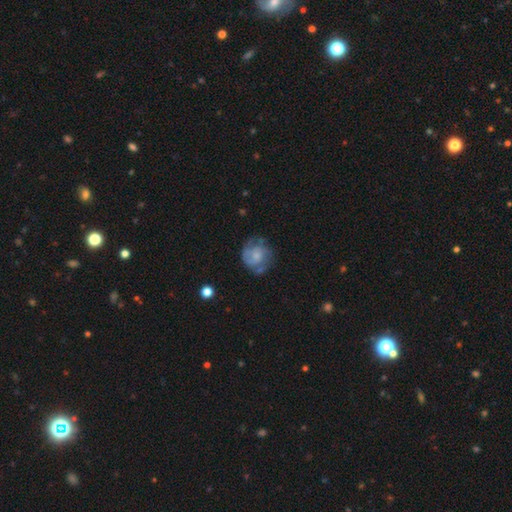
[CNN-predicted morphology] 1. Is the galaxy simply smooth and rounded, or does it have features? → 57% featured or disk, 36% smooth, 7% star or artifact.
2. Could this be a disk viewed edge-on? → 98% no, 2% yes.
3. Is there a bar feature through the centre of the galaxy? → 72% no, 24% weak, 4% strong.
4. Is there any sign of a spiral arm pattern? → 78% yes, 22% no.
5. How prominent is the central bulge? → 38% small, 33% moderate, 19% none, 7% large, 2% dominant.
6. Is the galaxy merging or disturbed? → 59% none, 24% minor disturbance, 14% major disturbance, 3% merger.